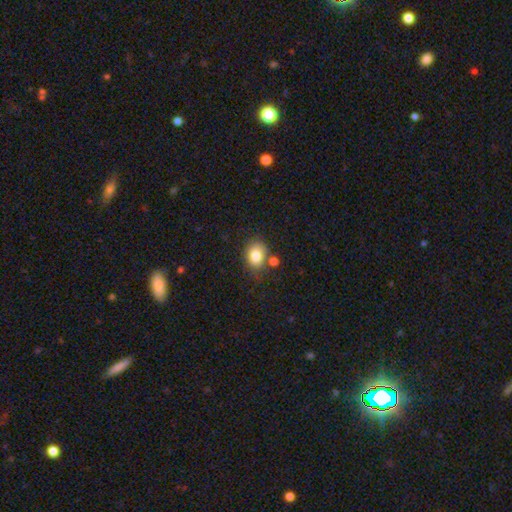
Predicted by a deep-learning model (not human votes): A smooth galaxy with no disk features (82%) that is in between round and cigar-shaped (57%). Merging: none (68%).